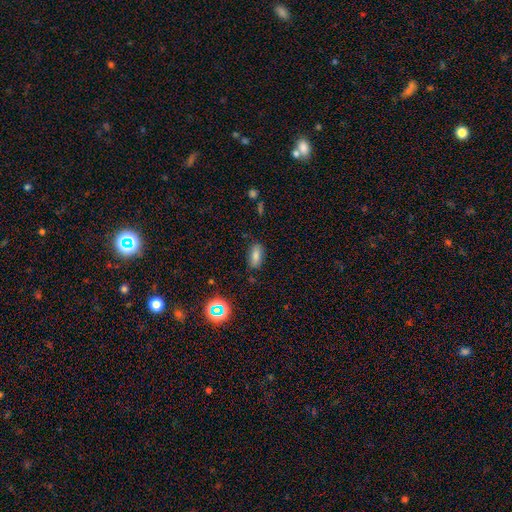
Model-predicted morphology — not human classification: Overall: smooth (77%). How rounded: in between (84%). Merging: none (83%).